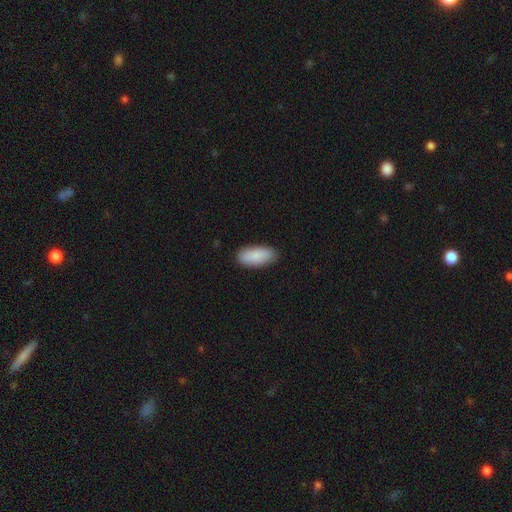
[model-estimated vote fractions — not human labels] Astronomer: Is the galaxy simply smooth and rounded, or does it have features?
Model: smooth — 87%.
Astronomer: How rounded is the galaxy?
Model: in between — 91%.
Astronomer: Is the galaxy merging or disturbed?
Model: none — 86%.